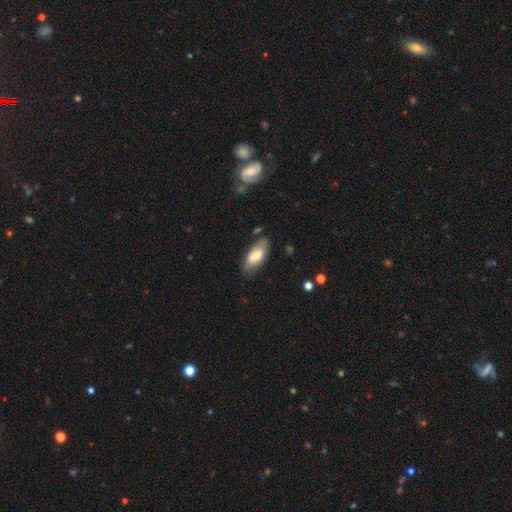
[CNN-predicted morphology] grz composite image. It shows a smooth galaxy with no disk features (73%) that is in between round and cigar-shaped (84%). Merging: none (76%).